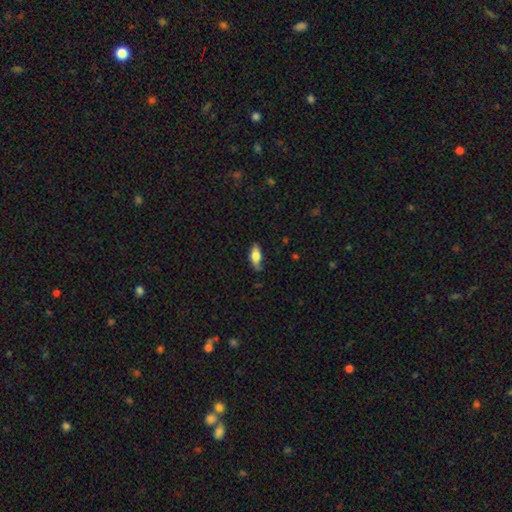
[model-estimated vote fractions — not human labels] Smooth or featured: smooth — 71% (featured or disk — 23%)
How rounded: in between — 77% (cigar-shaped — 21%)
Merging: none — 68% (minor disturbance — 25%)